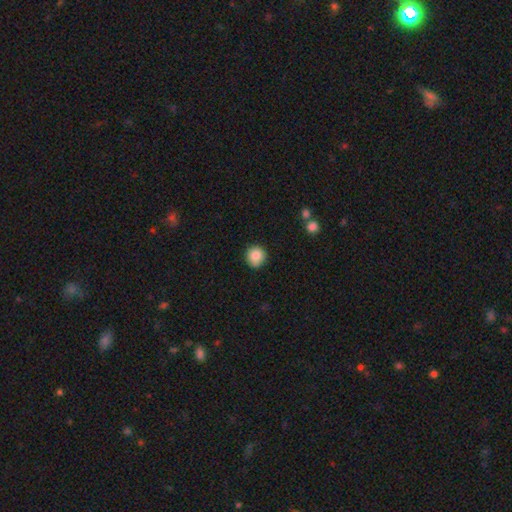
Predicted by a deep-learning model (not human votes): Q: Smooth or featured?
A: smooth (86%); runner-up: star or artifact (9%)
Q: How rounded?
A: round (92%); runner-up: in between (7%)
Q: Merging?
A: none (83%); runner-up: minor disturbance (13%)